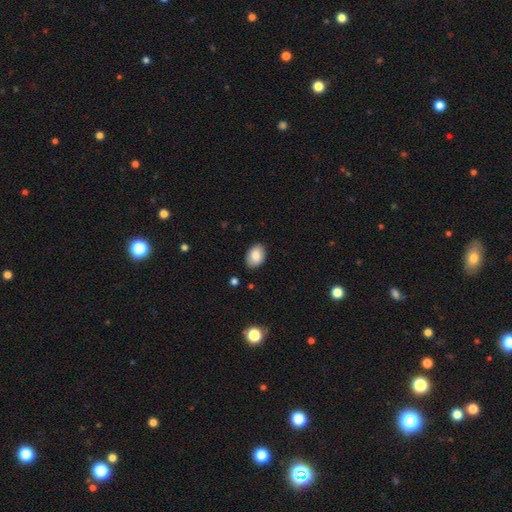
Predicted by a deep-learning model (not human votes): Overall: smooth (85%). How rounded: in between (86%). Merging: none (86%).